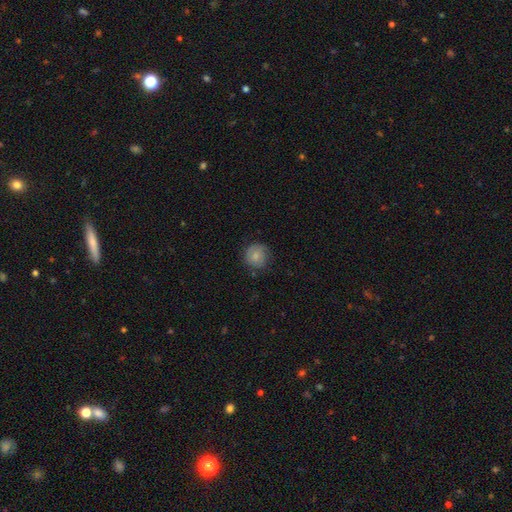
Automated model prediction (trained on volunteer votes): The model was most divided on "smooth or featured": smooth: 72%, featured or disk: 20%, star or artifact: 8%. More confident: how rounded — round (91%); merging — none (74%).